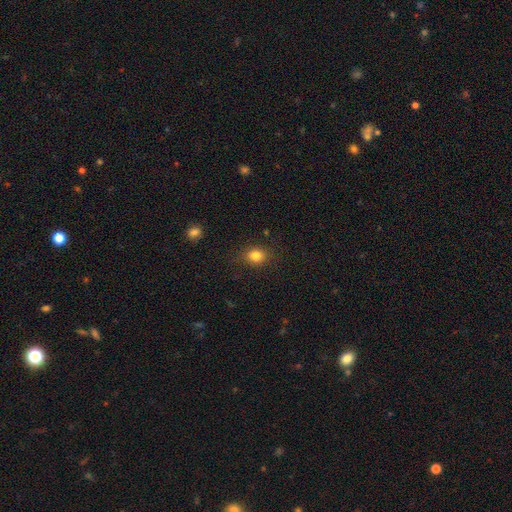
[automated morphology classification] Overall: smooth (83%). How rounded: round (61%; in between 38%). Merging: none (85%).